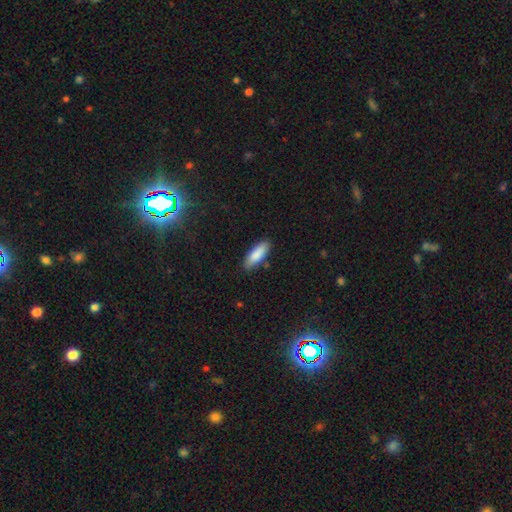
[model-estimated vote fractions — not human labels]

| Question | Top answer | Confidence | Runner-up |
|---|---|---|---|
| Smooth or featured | smooth | 86% | featured or disk (8%) |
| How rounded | in between | 62% | cigar-shaped (36%) |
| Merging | none | 85% | minor disturbance (11%) |